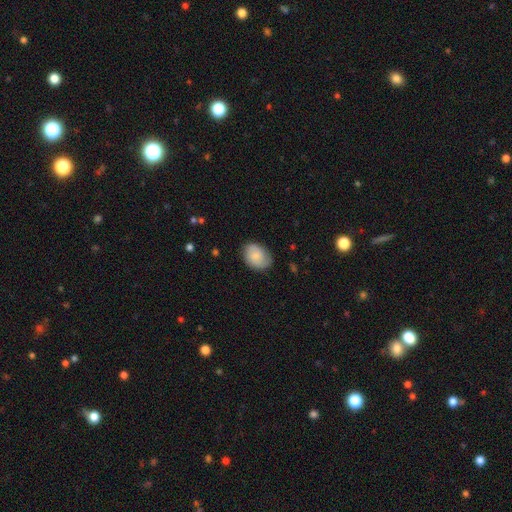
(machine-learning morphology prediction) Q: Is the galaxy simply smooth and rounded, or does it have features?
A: smooth — 74%.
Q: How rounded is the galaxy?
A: in between — 72%.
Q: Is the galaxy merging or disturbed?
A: none — 74%.